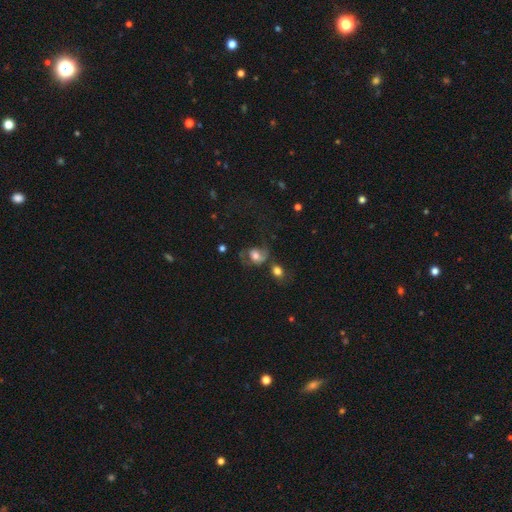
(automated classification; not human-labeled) Overall: smooth (51%; featured or disk 39%). How rounded: in between (54%; round 44%). Merging: none (39%; major disturbance 25%).